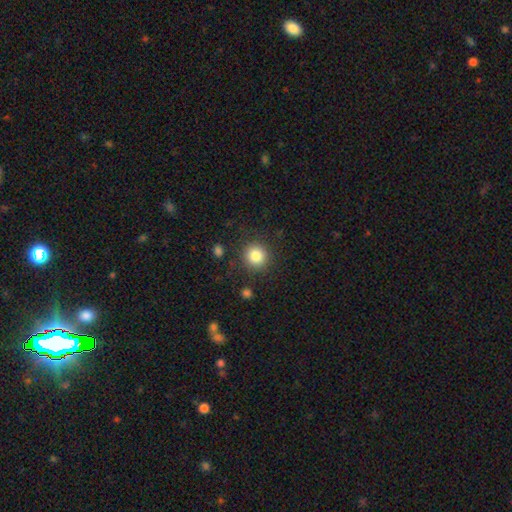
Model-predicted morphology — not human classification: Smooth or featured: smooth — 83% (star or artifact — 11%)
How rounded: round — 92% (in between — 7%)
Merging: none — 88% (minor disturbance — 7%)